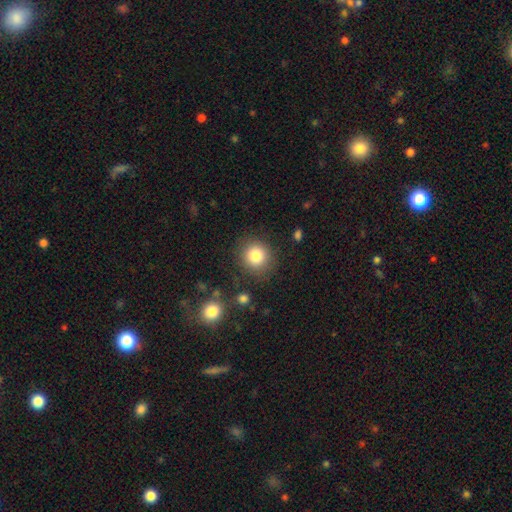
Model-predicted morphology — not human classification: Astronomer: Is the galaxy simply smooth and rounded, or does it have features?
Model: smooth — 83%.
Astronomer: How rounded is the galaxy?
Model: round — 91%.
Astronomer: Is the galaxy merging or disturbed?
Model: none — 85%.